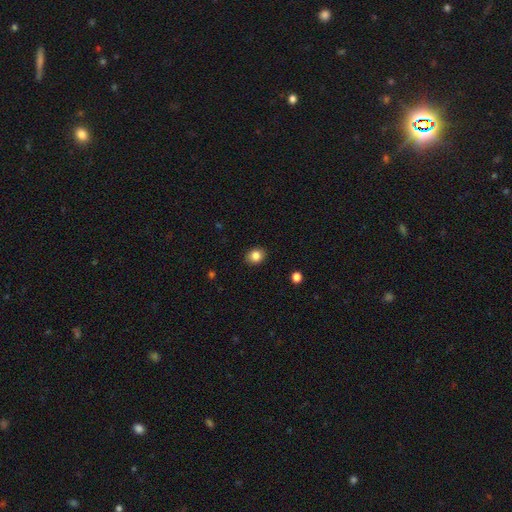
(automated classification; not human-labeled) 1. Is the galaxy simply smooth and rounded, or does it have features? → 84% smooth, 10% star or artifact, 6% featured or disk.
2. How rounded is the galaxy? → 55% round, 44% in between, 1% cigar-shaped.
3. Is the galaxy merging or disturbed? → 89% none, 8% minor disturbance, 2% major disturbance, 1% merger.